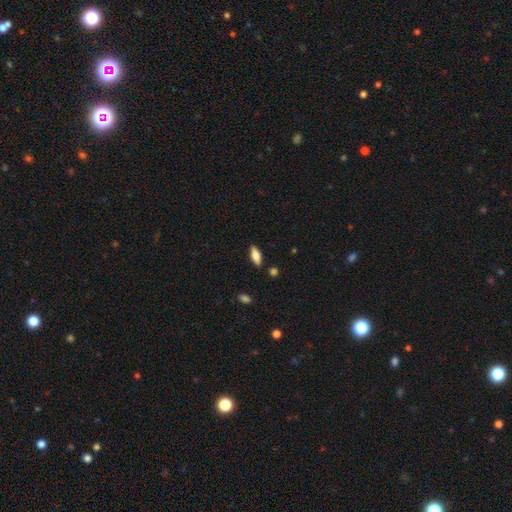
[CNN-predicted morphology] The model was most divided on "how rounded": in between: 71%, cigar-shaped: 27%, round: 2%. More confident: merging — none (85%); smooth or featured — smooth (73%).